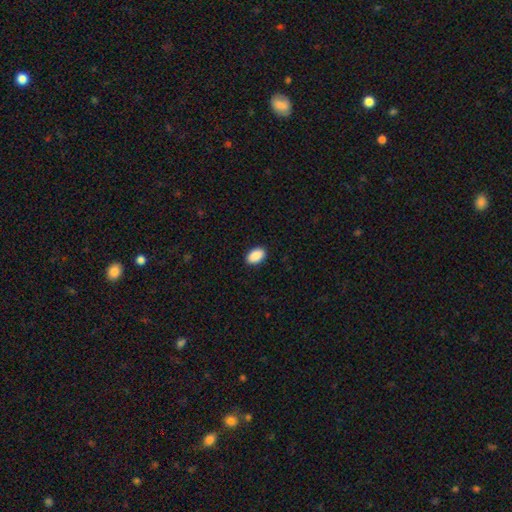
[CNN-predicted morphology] Q: Smooth or featured?
A: smooth (91%); runner-up: star or artifact (7%)
Q: How rounded?
A: in between (93%); runner-up: round (6%)
Q: Merging?
A: none (90%); runner-up: minor disturbance (7%)